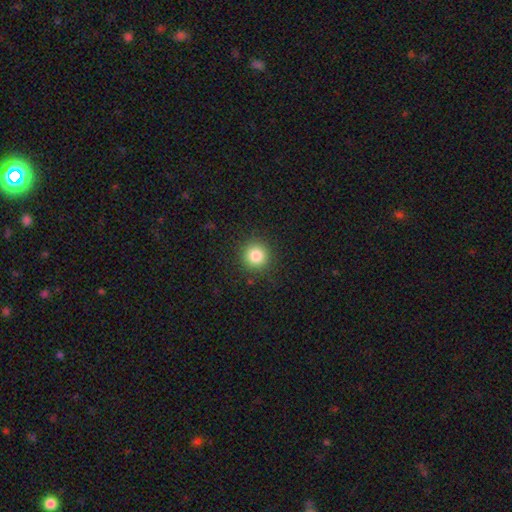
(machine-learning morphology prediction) The model was most divided on "smooth or featured": smooth: 84%, star or artifact: 11%, featured or disk: 5%. More confident: how rounded — round (94%); merging — none (90%).